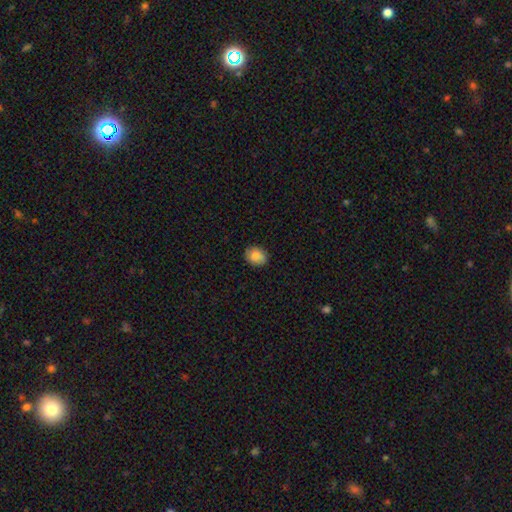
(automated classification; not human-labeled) Smooth or featured? smooth (83%)
How rounded? in between (50%)
Merging? none (88%)